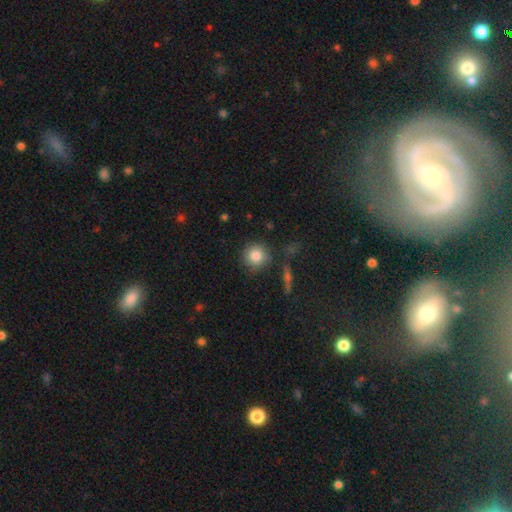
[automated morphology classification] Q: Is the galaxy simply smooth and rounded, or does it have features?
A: smooth — 83%.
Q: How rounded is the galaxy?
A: round — 92%.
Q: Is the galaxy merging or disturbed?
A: none — 80%.